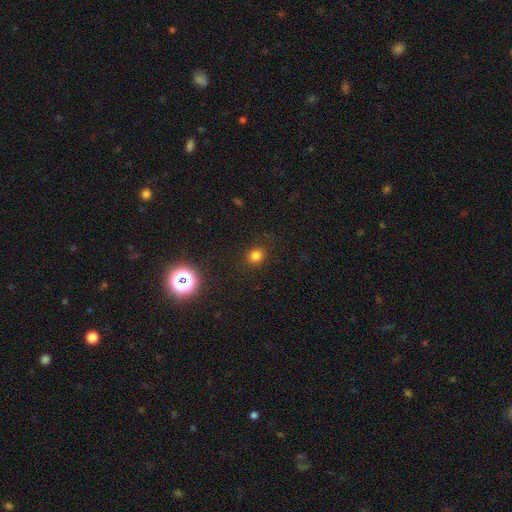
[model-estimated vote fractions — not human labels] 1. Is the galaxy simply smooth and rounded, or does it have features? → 78% smooth, 17% star or artifact, 5% featured or disk.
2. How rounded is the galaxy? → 79% round, 20% in between, 1% cigar-shaped.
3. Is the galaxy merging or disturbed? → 87% none, 8% minor disturbance, 3% major disturbance, 1% merger.